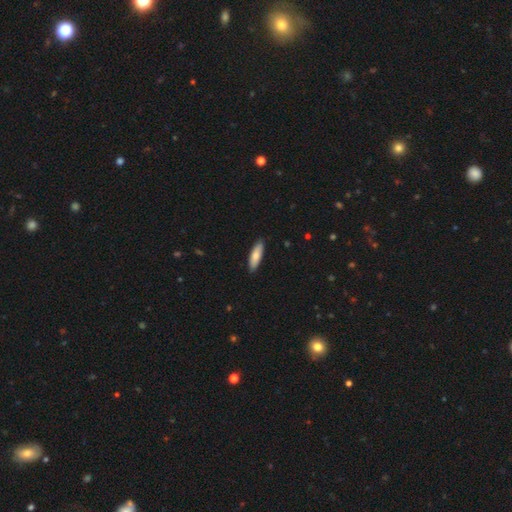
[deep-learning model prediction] Smooth or featured?
  - smooth: 80% *
  - featured or disk: 15%
  - star or artifact: 5%
How rounded?
  - cigar-shaped: 55% *
  - in between: 43%
  - round: 2%
Merging?
  - none: 89% *
  - minor disturbance: 9%
  - major disturbance: 1%
  - merger: 1%